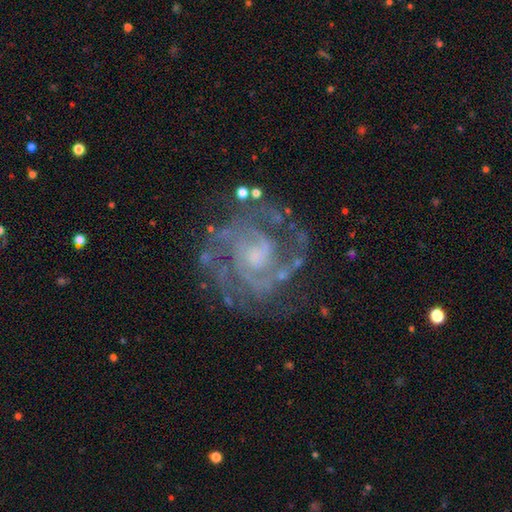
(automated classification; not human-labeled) The model was most divided on "bulge size": small: 43%, moderate: 36%, none: 14%, large: 5%, dominant: 1%. Remaining: edge-on disk — no (98%); spiral arms — yes (97%); smooth or featured — featured or disk (90%); merging — none (73%); spiral winding — tight (57%); bar — no (57%); spiral arm count — 2 (45%).